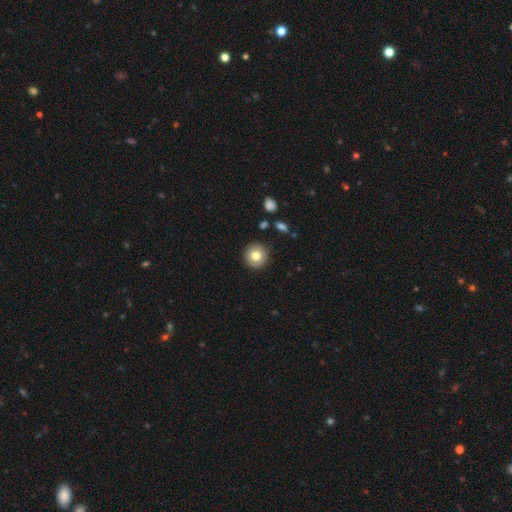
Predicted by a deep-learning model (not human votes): Smooth or featured? smooth (78%)
How rounded? round (95%)
Merging? none (91%)